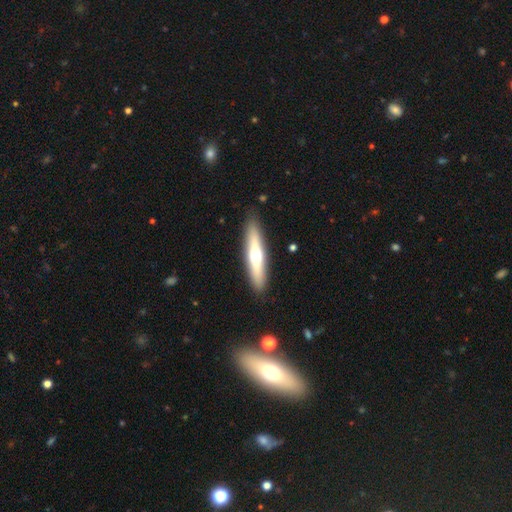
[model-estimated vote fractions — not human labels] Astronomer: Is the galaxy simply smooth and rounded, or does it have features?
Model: smooth — 48% (runner-up: featured or disk, 47%).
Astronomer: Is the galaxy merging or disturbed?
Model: none — 89%.